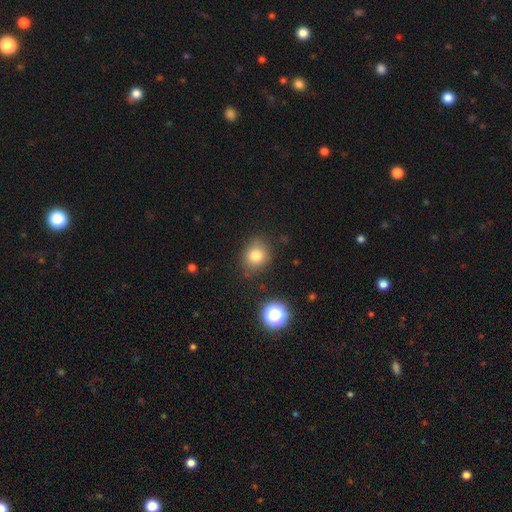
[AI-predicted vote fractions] A smooth galaxy with no disk features (79%) that is round (71%).

Vote fractions:
- Smooth or featured? smooth: 79% / star or artifact: 13% / featured or disk: 8%
- How rounded? round: 71% / in between: 28% / cigar-shaped: 1%
- Merging? none: 79% / minor disturbance: 14% / major disturbance: 4% / merger: 3%